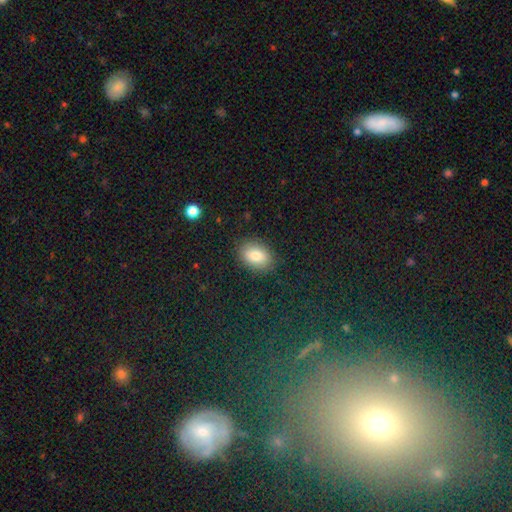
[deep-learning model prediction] Smooth or featured: smooth — 82% (featured or disk — 9%)
How rounded: in between — 80% (round — 19%)
Merging: none — 86% (minor disturbance — 10%)